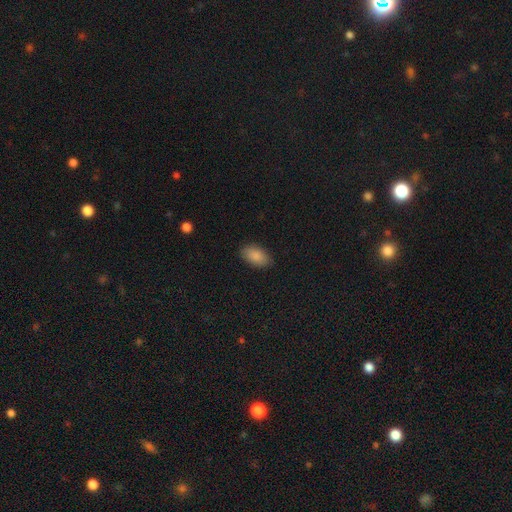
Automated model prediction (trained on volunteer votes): Q: Smooth or featured?
A: smooth (88%); runner-up: star or artifact (7%)
Q: How rounded?
A: in between (94%); runner-up: round (4%)
Q: Merging?
A: none (87%); runner-up: minor disturbance (10%)